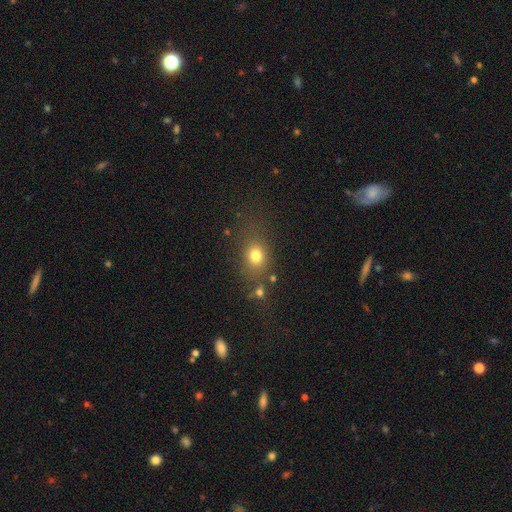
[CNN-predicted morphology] smooth_or_featured: smooth (p=0.76) [alt: star or artifact p=0.15]
how_rounded: round (p=0.54) [alt: in between p=0.44]
merging: none (p=0.67) [alt: minor disturbance p=0.15]